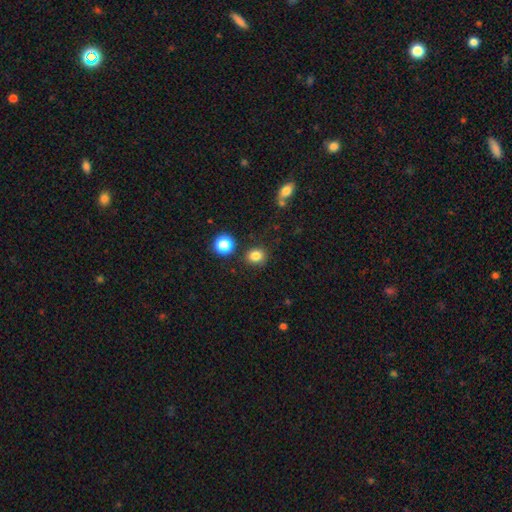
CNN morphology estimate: This appears to be a smooth galaxy with no disk features (82%) that is round (73%). Merging: none (84%).